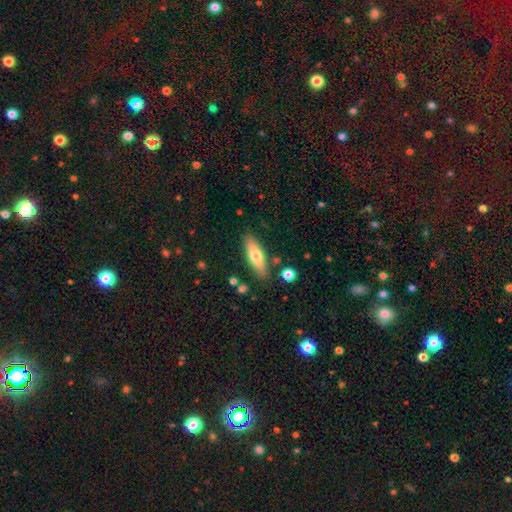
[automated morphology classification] type=smooth (64%); roundness=cigar-shaped (52%); merging=none (83%).